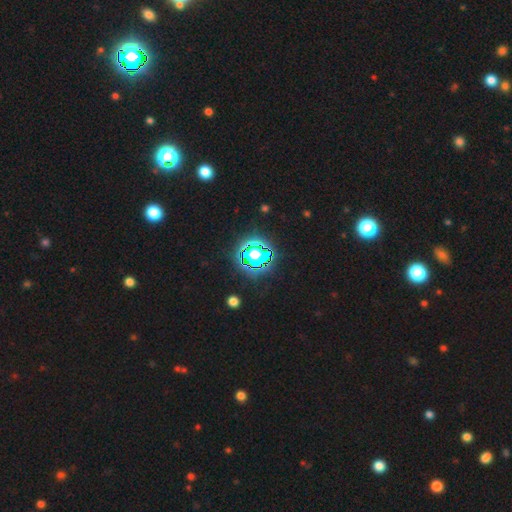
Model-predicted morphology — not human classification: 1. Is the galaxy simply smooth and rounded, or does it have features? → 63% star or artifact, 24% smooth, 13% featured or disk.